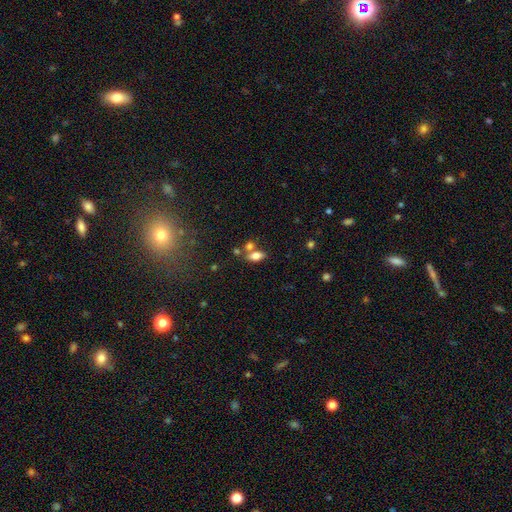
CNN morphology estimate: Smooth or featured: smooth — 76% (featured or disk — 14%)
How rounded: in between — 87% (cigar-shaped — 8%)
Merging: none — 55% (merger — 29%)